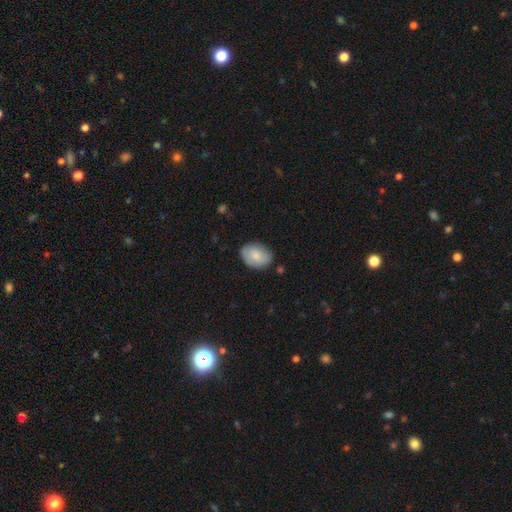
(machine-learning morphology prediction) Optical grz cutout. It shows a smooth galaxy with no disk features (79%) that is in between round and cigar-shaped (76%). Merging: none (77%).